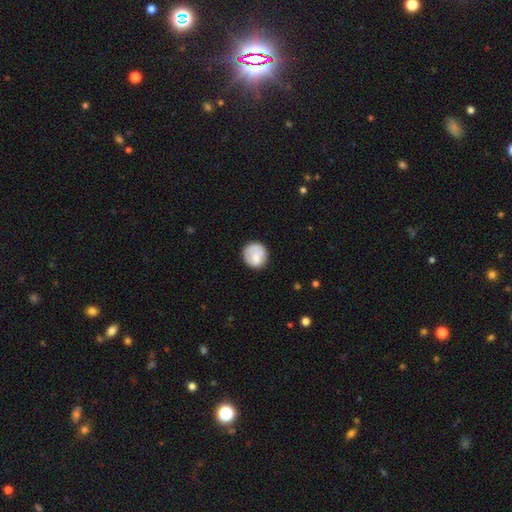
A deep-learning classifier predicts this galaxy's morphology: type=smooth (70%); roundness=round (88%); merging=none (71%).